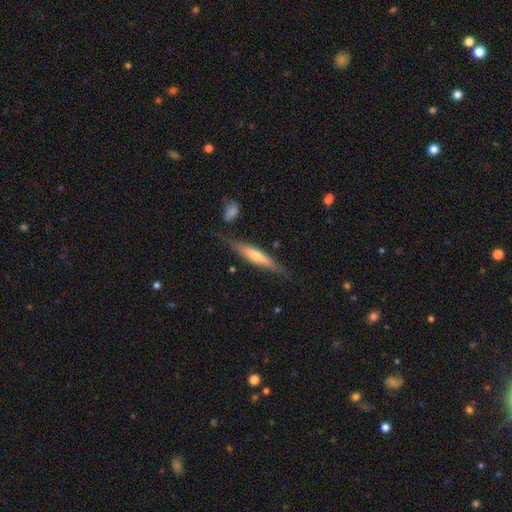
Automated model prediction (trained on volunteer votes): A featured or disk galaxy (62%) viewed edge-on (94%) with a rounded central bulge (63%).

Vote fractions:
- Smooth or featured? featured or disk: 62% / smooth: 32% / star or artifact: 6%
- Edge-on disk? yes: 94% / no: 6%
- Edge-on bulge? rounded: 63% / none: 22% / boxy: 15%
- Merging? none: 77% / minor disturbance: 15% / merger: 4% / major disturbance: 4%